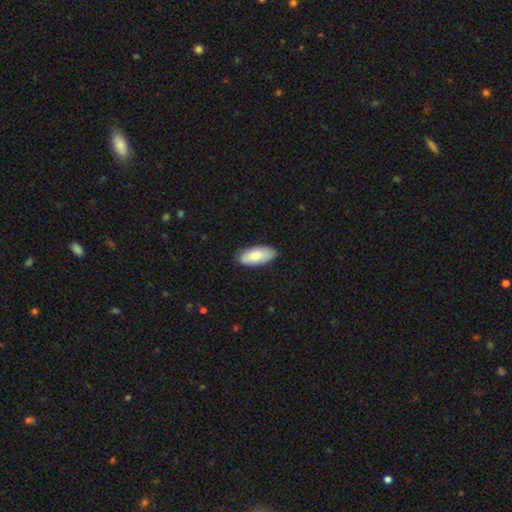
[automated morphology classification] This is clearly a smooth galaxy (80%). How rounded: clearly in between (89%). Merging: clearly none (82%).